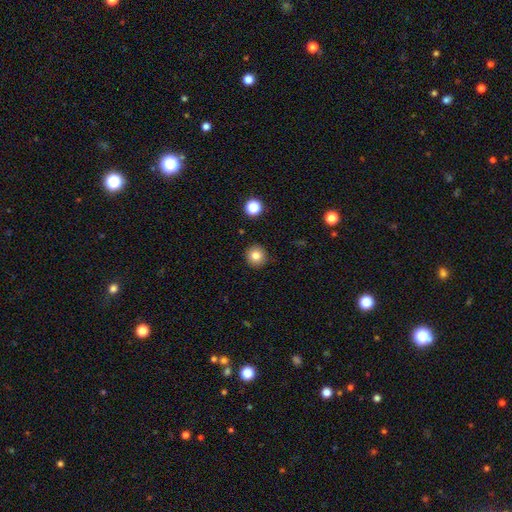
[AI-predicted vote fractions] Q: Smooth or featured?
A: smooth (82%); runner-up: star or artifact (11%)
Q: How rounded?
A: round (94%); runner-up: in between (5%)
Q: Merging?
A: none (91%); runner-up: minor disturbance (6%)